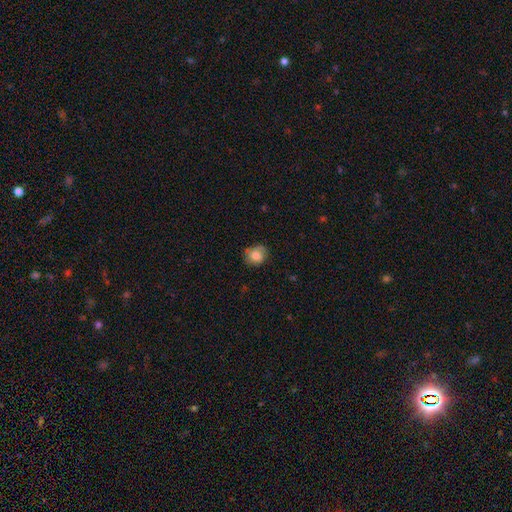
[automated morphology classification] This is likely a smooth galaxy (74%). How rounded: likely round (68%). Merging: likely none (66%).